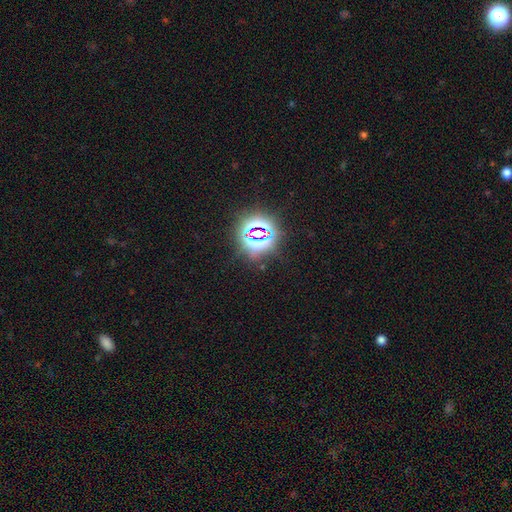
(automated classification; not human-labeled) smooth_or_featured: star or artifact (p=0.79) [alt: smooth p=0.14]